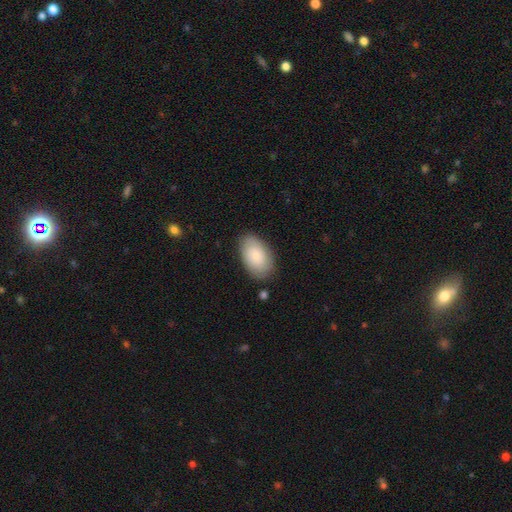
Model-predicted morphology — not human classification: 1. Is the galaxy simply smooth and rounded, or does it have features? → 78% smooth, 16% featured or disk, 6% star or artifact.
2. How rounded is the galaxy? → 94% in between, 5% round, 1% cigar-shaped.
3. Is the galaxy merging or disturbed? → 81% none, 14% minor disturbance, 3% major disturbance, 2% merger.